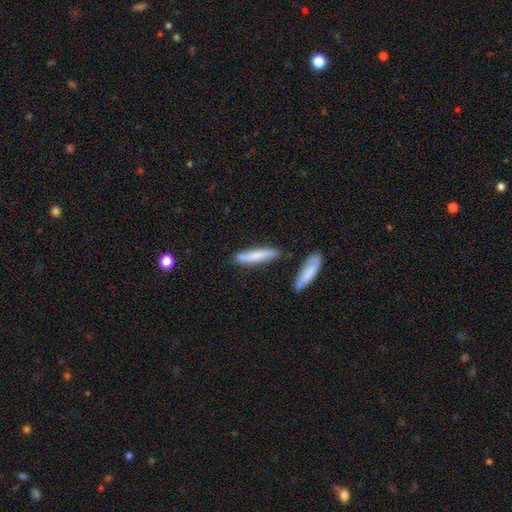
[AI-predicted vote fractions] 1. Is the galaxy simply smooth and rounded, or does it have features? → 69% smooth, 25% featured or disk, 6% star or artifact.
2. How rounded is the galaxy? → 88% cigar-shaped, 10% in between, 1% round.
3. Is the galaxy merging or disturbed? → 77% none, 14% minor disturbance, 6% merger, 3% major disturbance.